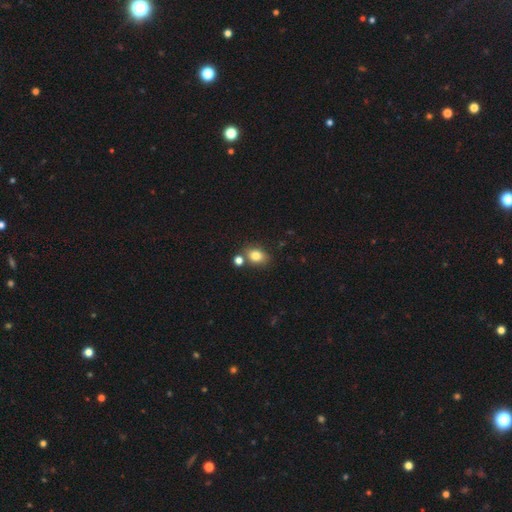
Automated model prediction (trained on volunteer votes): A smooth galaxy with no disk features (81%) that is in between round and cigar-shaped (60%).

Vote fractions:
- Smooth or featured? smooth: 81% / star or artifact: 11% / featured or disk: 8%
- How rounded? in between: 60% / round: 38% / cigar-shaped: 1%
- Merging? none: 67% / merger: 16% / minor disturbance: 13% / major disturbance: 4%